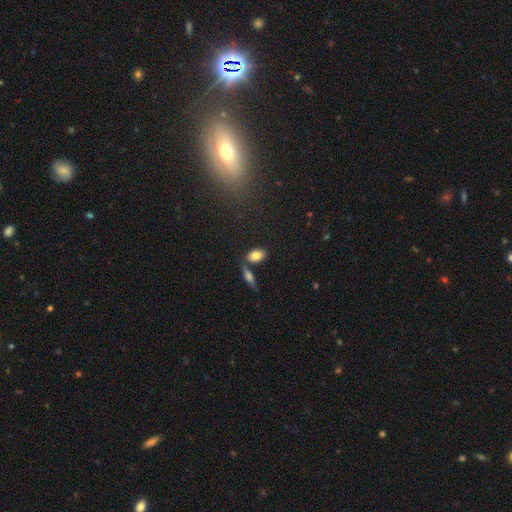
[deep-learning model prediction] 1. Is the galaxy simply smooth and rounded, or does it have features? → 81% smooth, 12% featured or disk, 7% star or artifact.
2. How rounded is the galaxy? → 88% in between, 7% round, 5% cigar-shaped.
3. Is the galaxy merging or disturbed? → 67% none, 19% merger, 11% minor disturbance, 3% major disturbance.